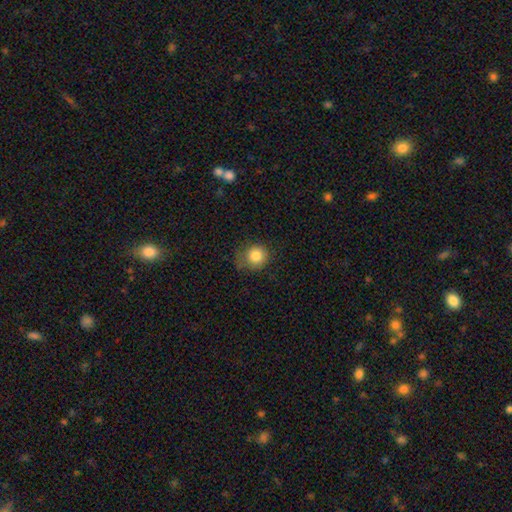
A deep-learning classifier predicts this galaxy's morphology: This appears to be a smooth galaxy with no disk features (83%) that is round (85%). Merging: none (65%).